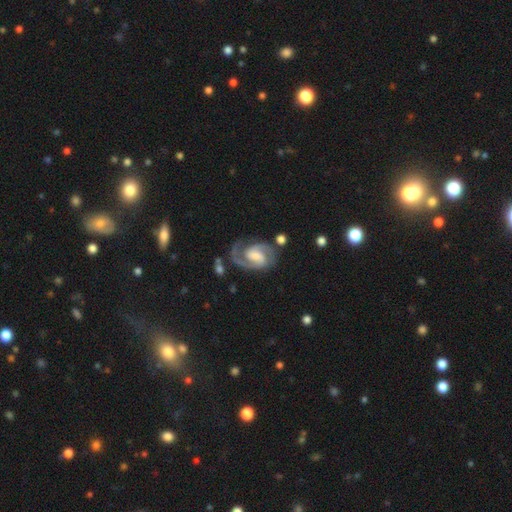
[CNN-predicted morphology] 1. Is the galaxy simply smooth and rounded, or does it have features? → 89% featured or disk, 7% smooth, 4% star or artifact.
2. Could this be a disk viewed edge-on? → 98% no, 2% yes.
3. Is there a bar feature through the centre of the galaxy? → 48% weak, 30% no, 22% strong.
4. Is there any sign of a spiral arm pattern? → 98% yes, 2% no.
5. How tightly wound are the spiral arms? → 53% medium, 35% tight, 12% loose.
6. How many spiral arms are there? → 89% 2, 4% 1, 3% can't tell, 2% 3, 1% 4, 1% more than 4.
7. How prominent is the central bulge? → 31% moderate, 23% none, 22% small, 21% large, 2% dominant.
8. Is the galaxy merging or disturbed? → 67% none, 18% minor disturbance, 10% major disturbance, 5% merger.